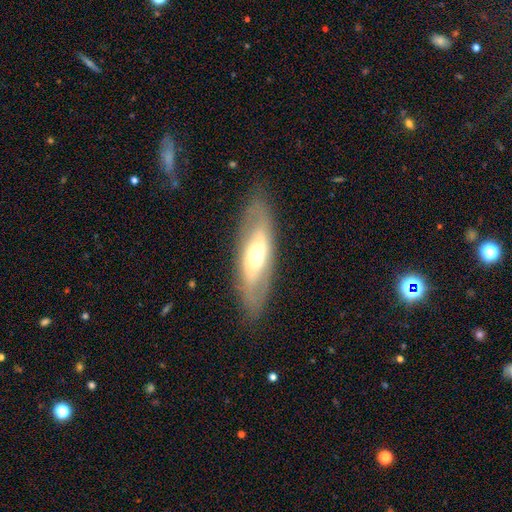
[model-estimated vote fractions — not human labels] A featured or disk galaxy (55%).

Vote fractions:
- Smooth or featured? featured or disk: 55% / smooth: 39% / star or artifact: 6%
- Edge-on disk? no: 71% / yes: 29%
- Merging? none: 82% / minor disturbance: 12% / major disturbance: 5% / merger: 1%